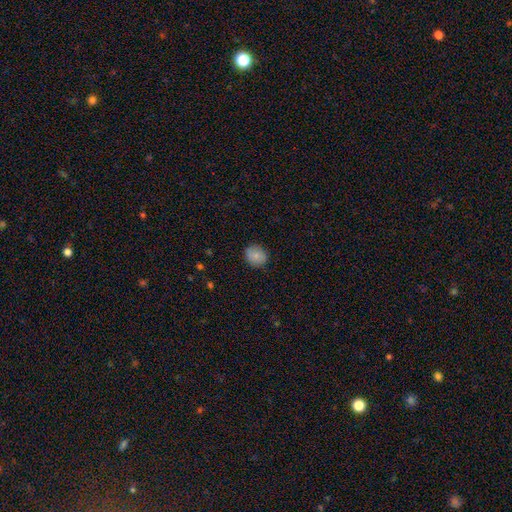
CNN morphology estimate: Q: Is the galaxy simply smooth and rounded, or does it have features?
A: smooth — 80%.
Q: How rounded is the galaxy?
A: round — 74%.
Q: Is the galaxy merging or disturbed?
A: none — 84%.